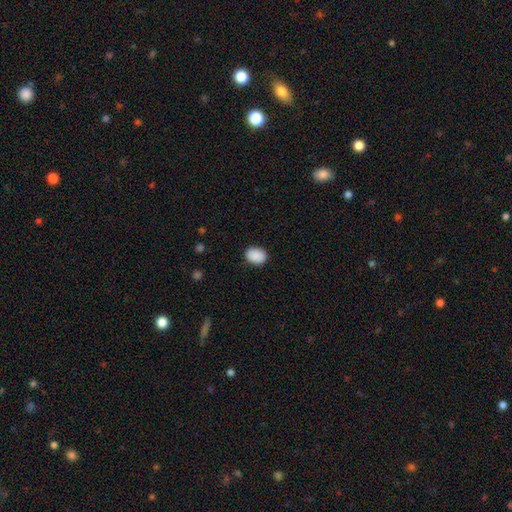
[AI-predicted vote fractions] smooth 90%, star or artifact 7%, featured or disk 2%. Down the decision tree: how rounded — in between (66%); merging — none (88%).